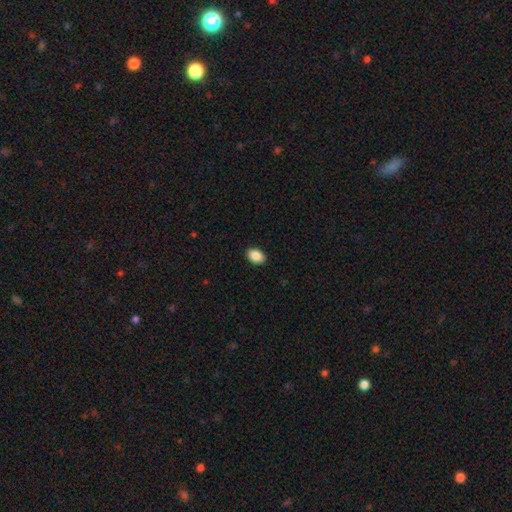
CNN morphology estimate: type=smooth (88%); roundness=in between (83%); merging=none (90%).